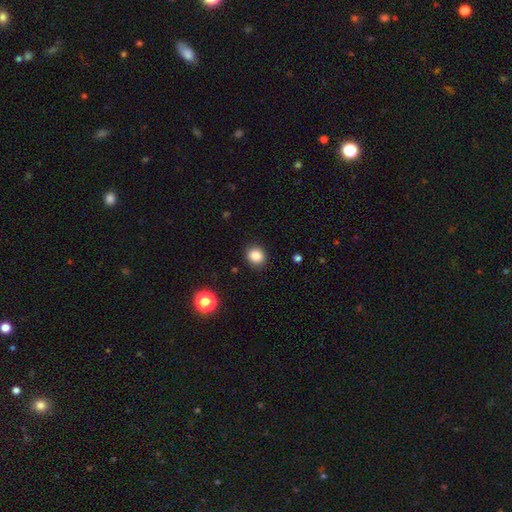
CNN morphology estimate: This is clearly a smooth galaxy (86%). How rounded: likely round (77%). Merging: clearly none (89%).